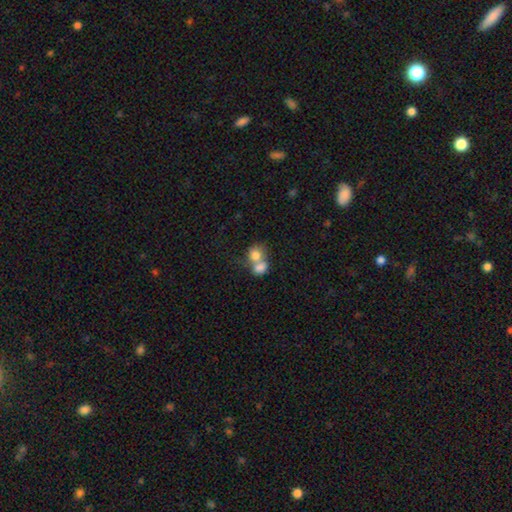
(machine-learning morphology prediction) A smooth galaxy with no disk features (76%) that is round (62%).

Vote fractions:
- Smooth or featured? smooth: 76% / featured or disk: 14% / star or artifact: 9%
- How rounded? round: 62% / in between: 37% / cigar-shaped: 1%
- Merging? merger: 70% / none: 21% / minor disturbance: 6% / major disturbance: 4%